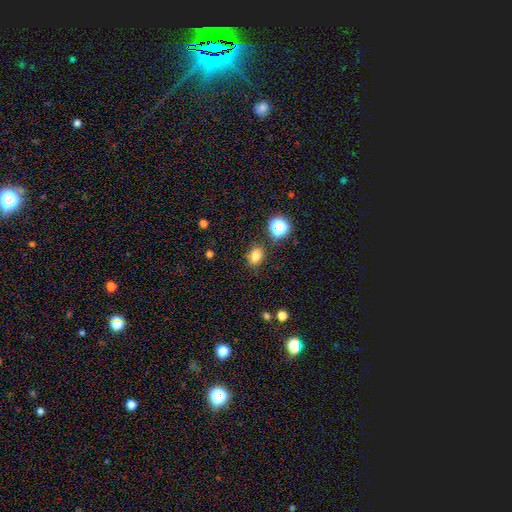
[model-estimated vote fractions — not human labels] A smooth galaxy with no disk features (79%) that is in between round and cigar-shaped (68%). Merging: none (81%).